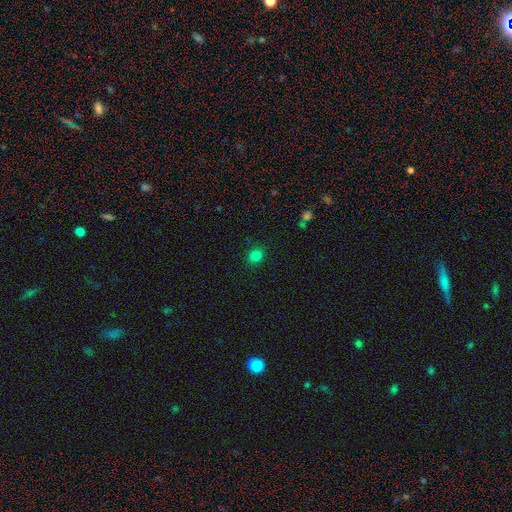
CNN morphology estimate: Smooth or featured?
  - smooth: 81% *
  - star or artifact: 14%
  - featured or disk: 4%
How rounded?
  - round: 73% *
  - in between: 26%
  - cigar-shaped: 1%
Merging?
  - none: 88% *
  - minor disturbance: 8%
  - major disturbance: 2%
  - merger: 1%